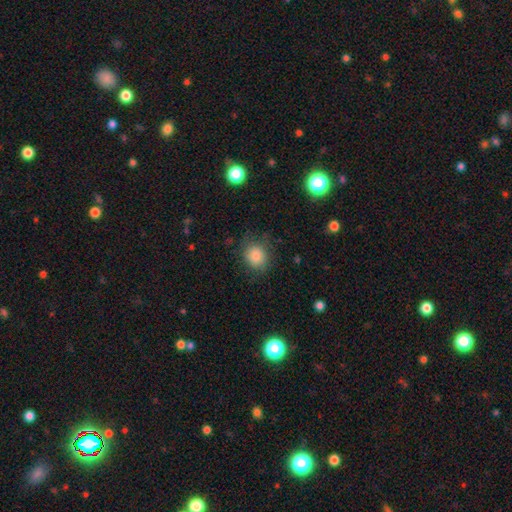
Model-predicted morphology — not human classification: smooth 84%, star or artifact 10%, featured or disk 6%. Down the decision tree: how rounded — round (72%); merging — none (76%).